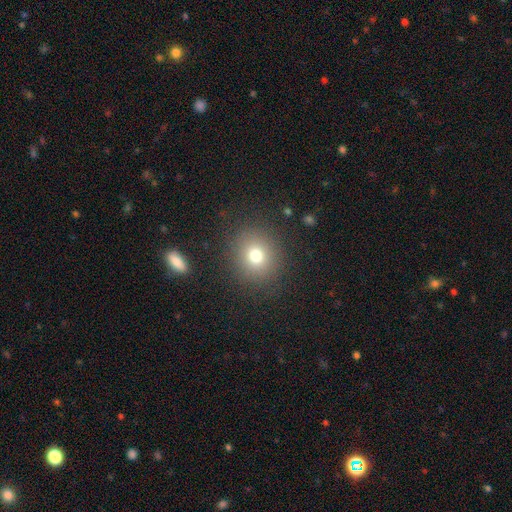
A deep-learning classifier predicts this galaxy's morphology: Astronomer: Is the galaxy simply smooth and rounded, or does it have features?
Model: smooth — 74%.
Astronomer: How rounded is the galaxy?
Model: round — 86%.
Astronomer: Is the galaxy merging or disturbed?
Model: none — 87%.